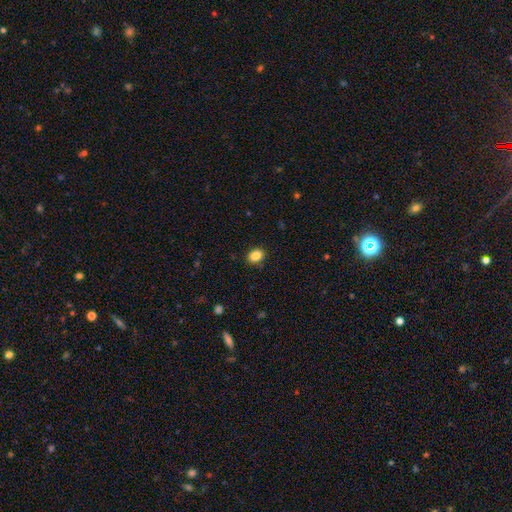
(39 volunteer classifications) Smooth or featured? smooth (87%)
How rounded? in between (79%)
Merging? none (94%)